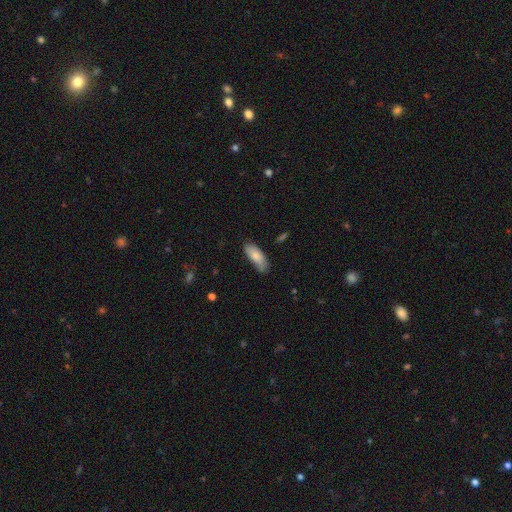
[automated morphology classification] The model was most divided on "merging": none: 64%, minor disturbance: 28%, major disturbance: 5%, merger: 3%. More confident: smooth or featured — smooth (80%); how rounded — in between (74%).